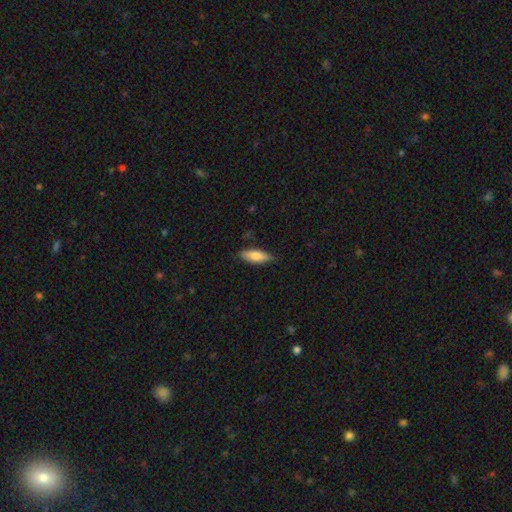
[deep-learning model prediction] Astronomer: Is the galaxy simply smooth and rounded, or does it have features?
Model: smooth — 78%.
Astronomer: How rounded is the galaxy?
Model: in between — 57% (runner-up: cigar-shaped, 41%).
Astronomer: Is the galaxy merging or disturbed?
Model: none — 83%.